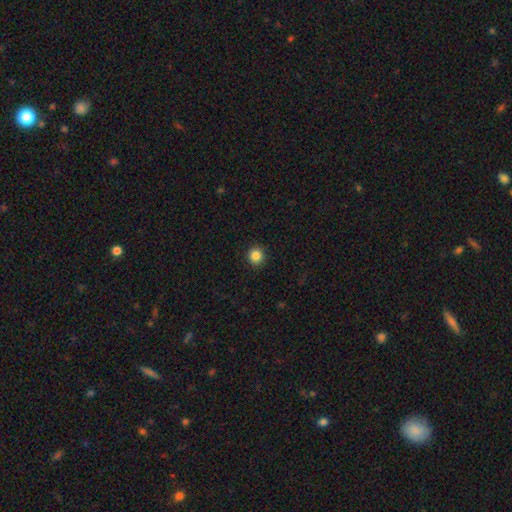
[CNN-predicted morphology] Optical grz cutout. It shows a smooth galaxy with no disk features (86%) that is round (90%). Merging: none (92%).